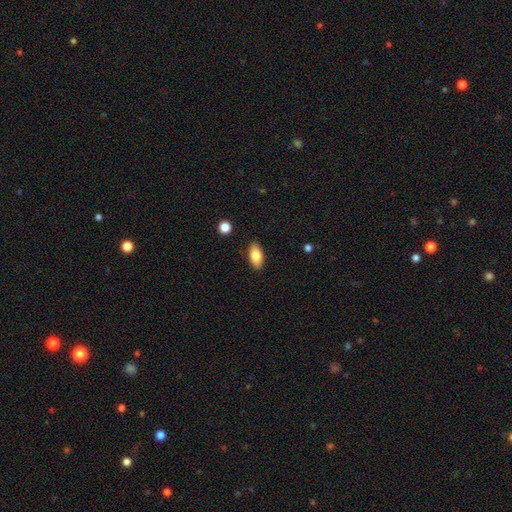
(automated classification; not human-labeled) A smooth galaxy with no disk features (82%) that is in between round and cigar-shaped (91%). Merging: none (88%).